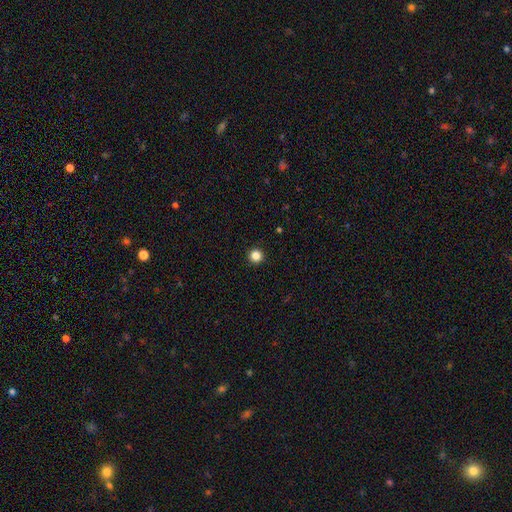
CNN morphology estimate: Smooth or featured: smooth — 84% (star or artifact — 12%)
How rounded: round — 96% (in between — 3%)
Merging: none — 94% (minor disturbance — 4%)